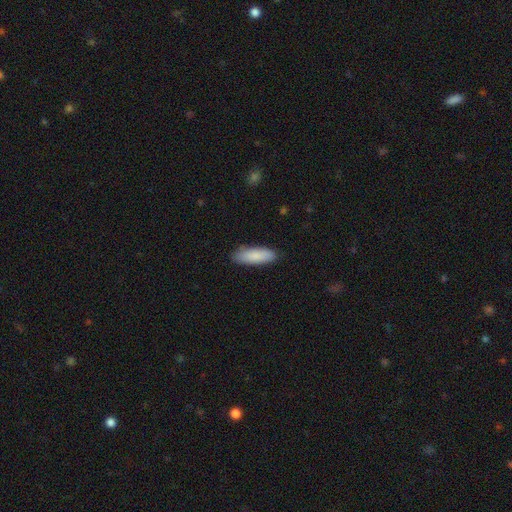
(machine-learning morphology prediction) Smooth or featured: smooth — 87% (featured or disk — 8%)
How rounded: in between — 56% (cigar-shaped — 42%)
Merging: none — 86% (minor disturbance — 11%)